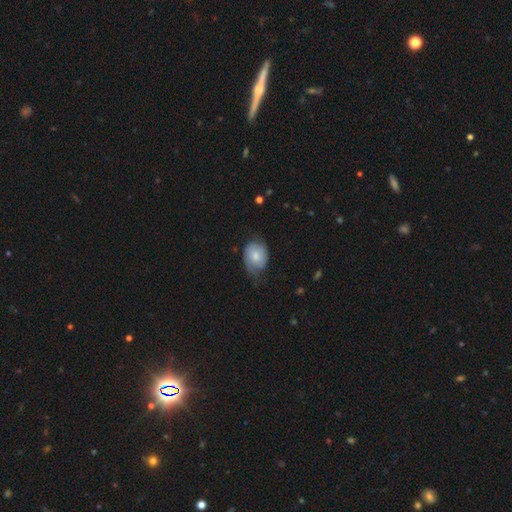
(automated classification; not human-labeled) smooth 58%, featured or disk 36%, star or artifact 7%. Down the decision tree: how rounded — in between (60%); merging — none (51%).